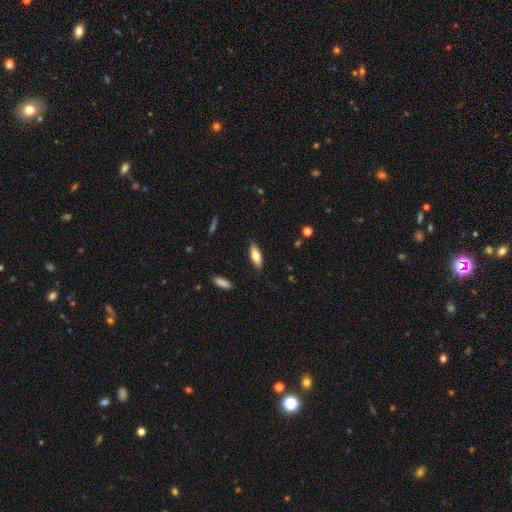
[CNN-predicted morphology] Smooth or featured?
  - smooth: 69% *
  - featured or disk: 24%
  - star or artifact: 7%
How rounded?
  - in between: 64% *
  - cigar-shaped: 33%
  - round: 2%
Merging?
  - none: 86% *
  - minor disturbance: 10%
  - major disturbance: 2%
  - merger: 1%